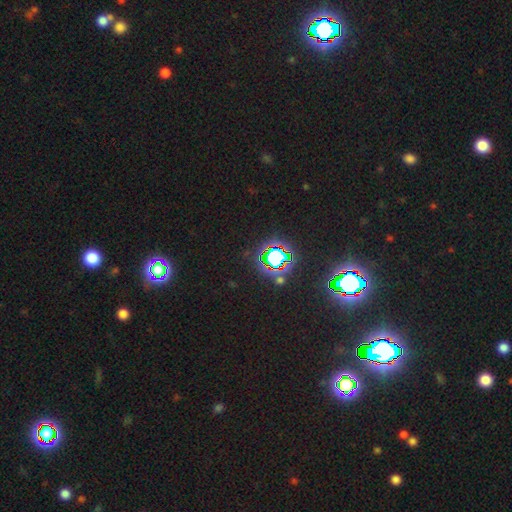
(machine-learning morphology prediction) Smooth or featured?
  - star or artifact: 81% *
  - smooth: 12%
  - featured or disk: 7%